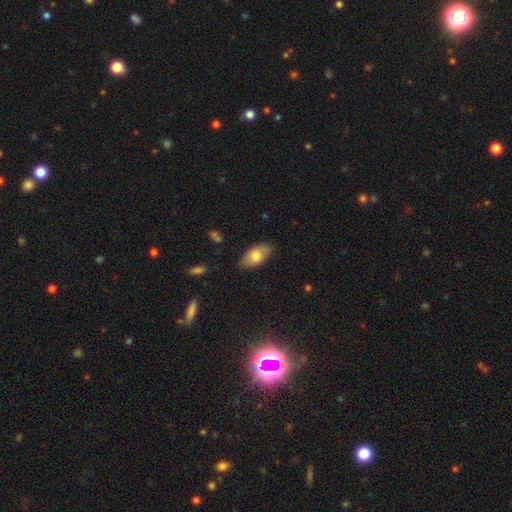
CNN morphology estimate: A smooth galaxy with no disk features (77%) that is in between round and cigar-shaped (93%). Merging: none (82%).